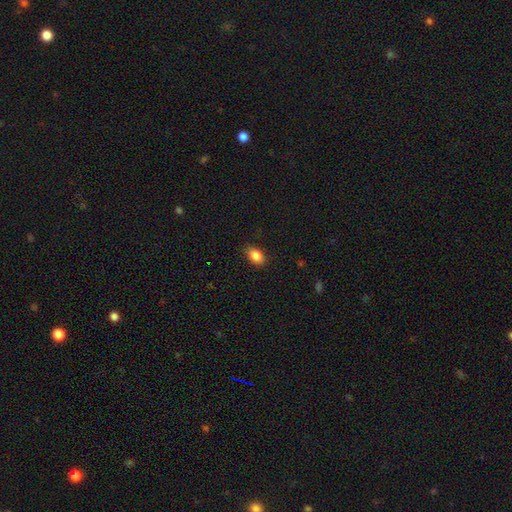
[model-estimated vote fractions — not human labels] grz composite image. It shows a smooth galaxy with no disk features (87%) that is in between round and cigar-shaped (89%). Merging: none (86%).